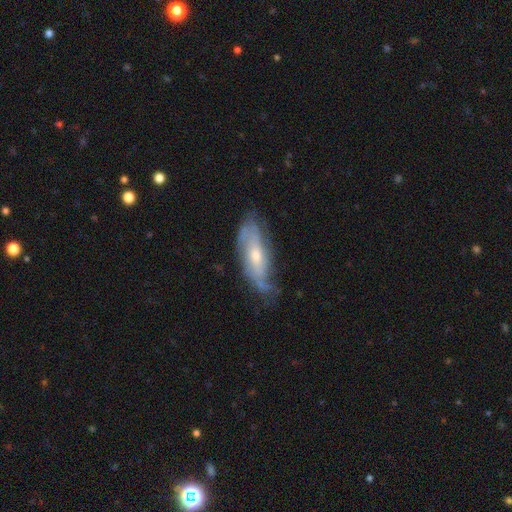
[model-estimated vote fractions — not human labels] Smooth or featured? featured or disk (67%)
Edge-on disk? no (76%)
Bar? no (62%)
Spiral arms? yes (77%)
Bulge size? moderate (56%)
Merging? none (56%)